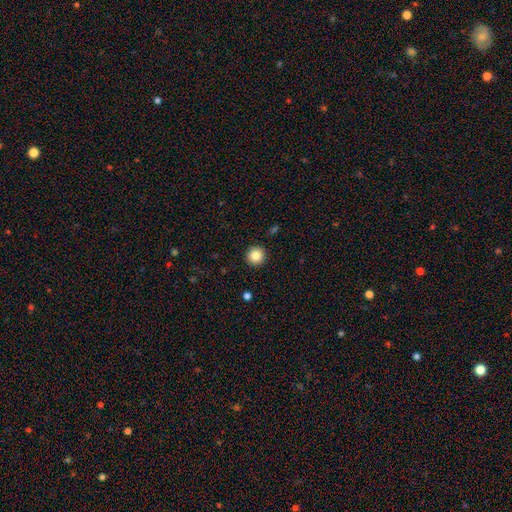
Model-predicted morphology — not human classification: type=smooth (85%); roundness=round (95%); merging=none (93%).